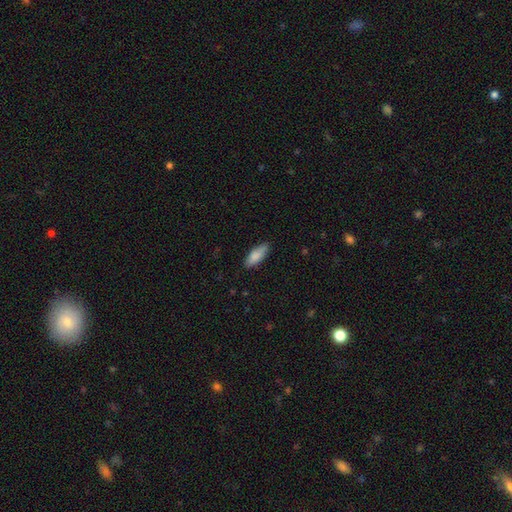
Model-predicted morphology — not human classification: This appears to be a smooth galaxy with no disk features (85%) that is in between round and cigar-shaped (70%). Merging: none (82%).